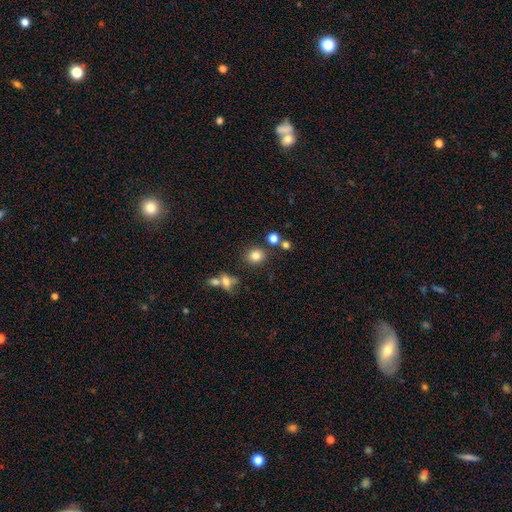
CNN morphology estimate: This appears to be a smooth galaxy with no disk features (80%) that is round (79%). Merging: none (78%).